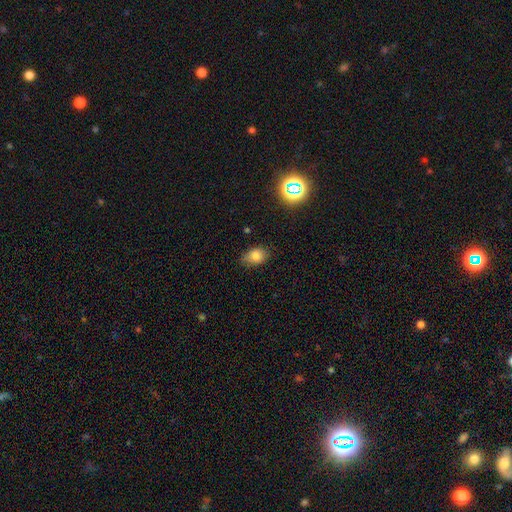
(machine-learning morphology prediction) This is likely a smooth galaxy (79%). How rounded: likely in between (74%). Merging: likely none (72%).